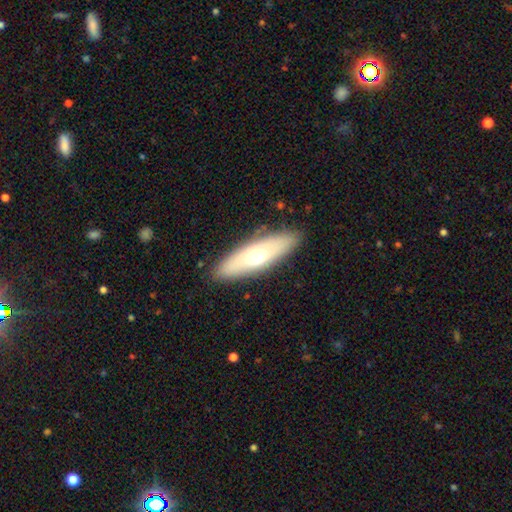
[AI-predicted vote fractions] A smooth galaxy with no disk features (58%) that is in between round and cigar-shaped (50%). Merging: none (88%).